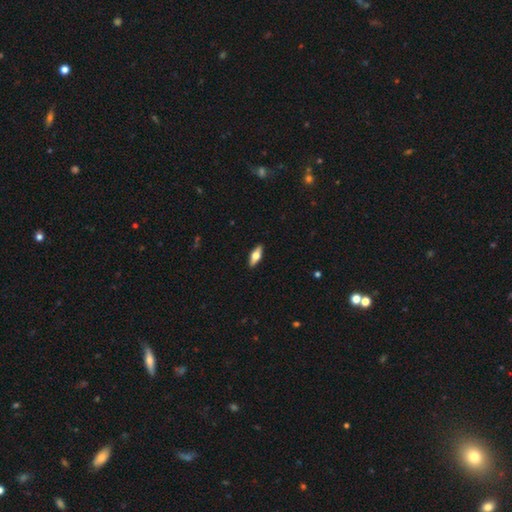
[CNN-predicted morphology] Smooth or featured?
  - smooth: 48% *
  - featured or disk: 46%
  - star or artifact: 6%
Merging?
  - none: 91% *
  - minor disturbance: 7%
  - major disturbance: 2%
  - merger: 1%